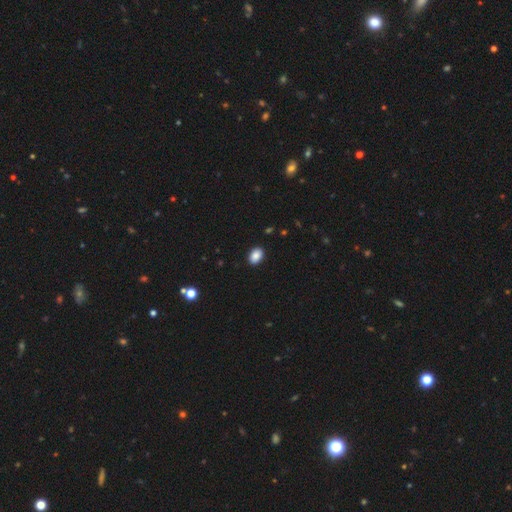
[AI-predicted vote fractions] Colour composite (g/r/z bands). It shows a smooth galaxy with no disk features (88%) that is in between round and cigar-shaped (82%). Merging: none (90%).